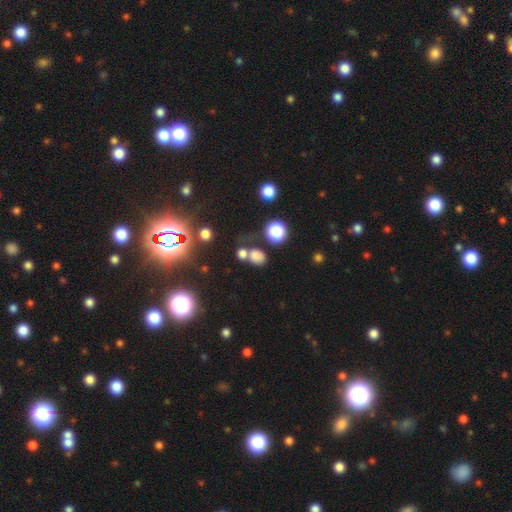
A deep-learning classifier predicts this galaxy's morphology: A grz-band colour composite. It shows a smooth galaxy with no disk features (71%) that is round (52%). Merging: none (50%).